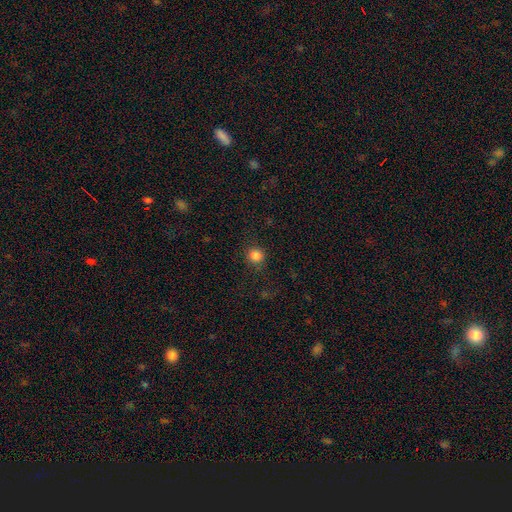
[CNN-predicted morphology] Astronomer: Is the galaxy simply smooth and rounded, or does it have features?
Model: smooth — 84%.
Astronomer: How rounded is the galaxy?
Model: round — 91%.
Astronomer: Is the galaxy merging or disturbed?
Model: none — 88%.